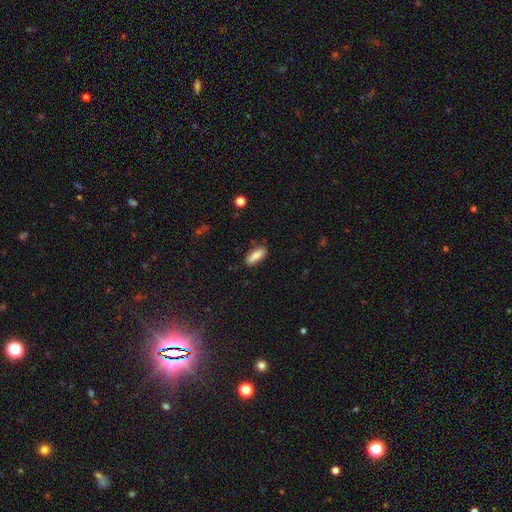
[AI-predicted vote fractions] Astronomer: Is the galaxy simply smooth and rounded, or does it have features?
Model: smooth — 84%.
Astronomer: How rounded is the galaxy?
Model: in between — 62%.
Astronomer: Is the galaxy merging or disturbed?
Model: none — 82%.